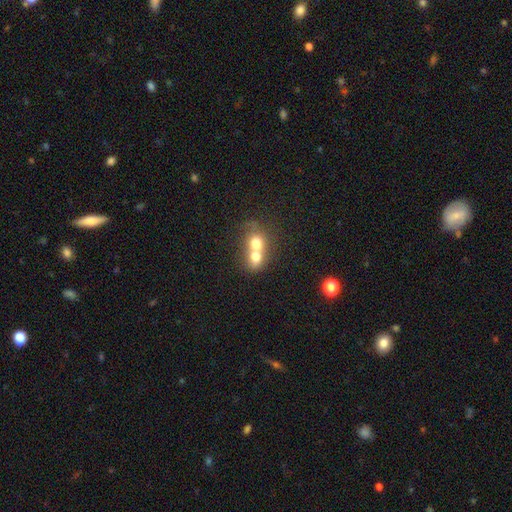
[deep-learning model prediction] Smooth or featured? smooth (69%)
How rounded? round (60%)
Merging? merger (77%)